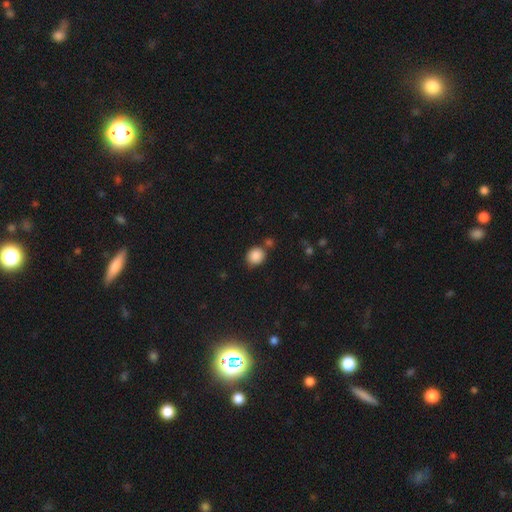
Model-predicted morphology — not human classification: This is clearly a smooth galaxy (87%). How rounded: likely round (75%). Merging: likely none (71%).